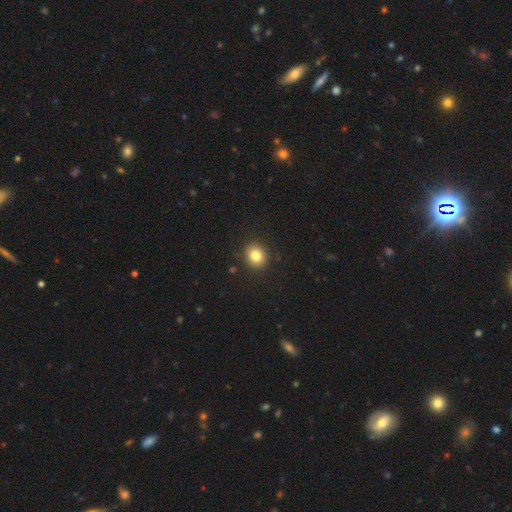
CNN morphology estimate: smooth_or_featured: smooth (p=0.82) [alt: star or artifact p=0.11]
how_rounded: round (p=0.77) [alt: in between p=0.22]
merging: none (p=0.90) [alt: minor disturbance p=0.06]